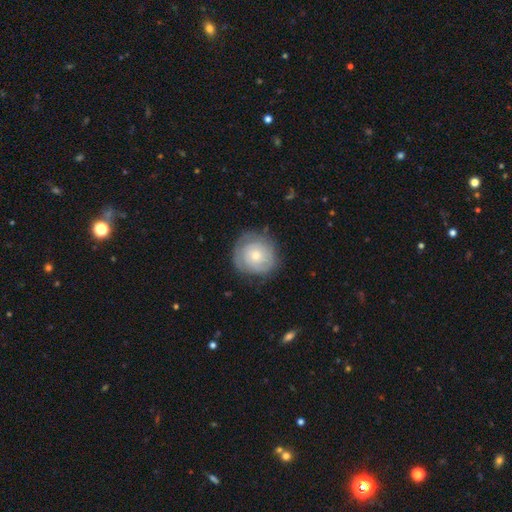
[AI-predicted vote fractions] Morphology: type=smooth (49%); merging=none (73%).